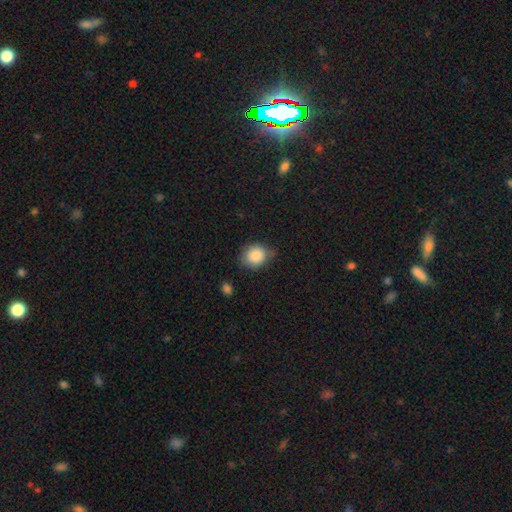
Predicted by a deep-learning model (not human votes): This is clearly a smooth galaxy (86%). How rounded: likely round (63%). Merging: likely none (66%).